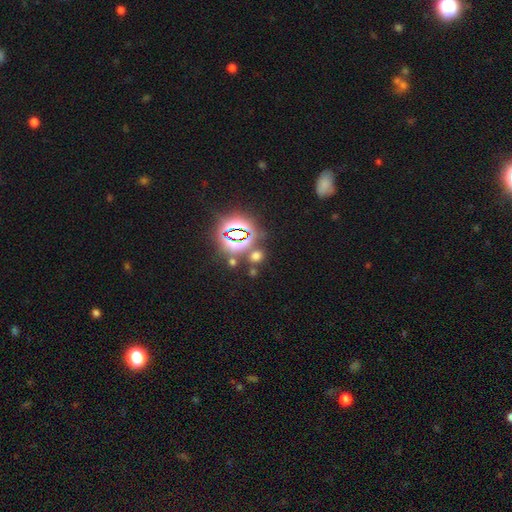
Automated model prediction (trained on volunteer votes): A smooth galaxy with no disk features (49%). Merging: none (76%).